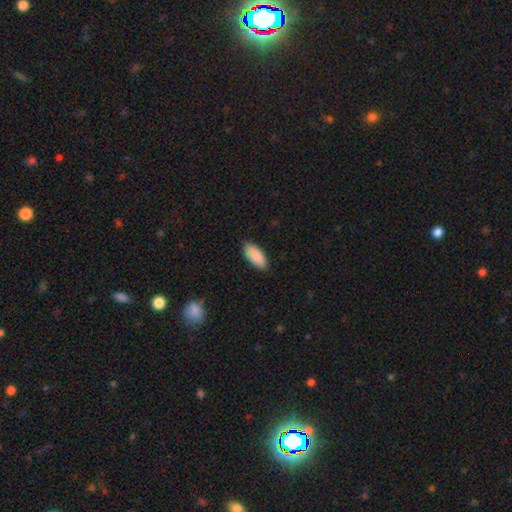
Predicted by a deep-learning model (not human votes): Overall: smooth (90%). How rounded: in between (91%). Merging: none (86%).